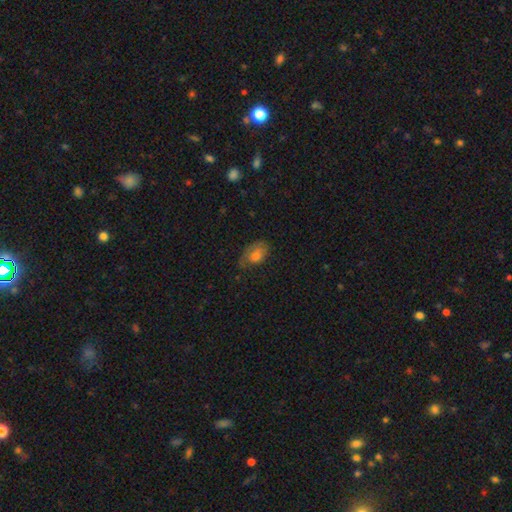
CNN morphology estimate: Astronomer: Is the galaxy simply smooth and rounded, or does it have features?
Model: smooth — 62%.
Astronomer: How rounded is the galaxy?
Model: in between — 86%.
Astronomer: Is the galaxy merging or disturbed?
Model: none — 51% (runner-up: minor disturbance, 33%).